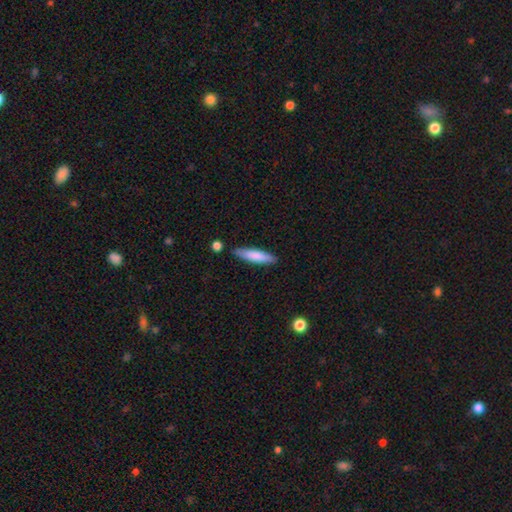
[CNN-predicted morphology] The model was most divided on "how rounded": cigar-shaped: 80%, in between: 19%, round: 1%. More confident: merging — none (82%); smooth or featured — smooth (79%).